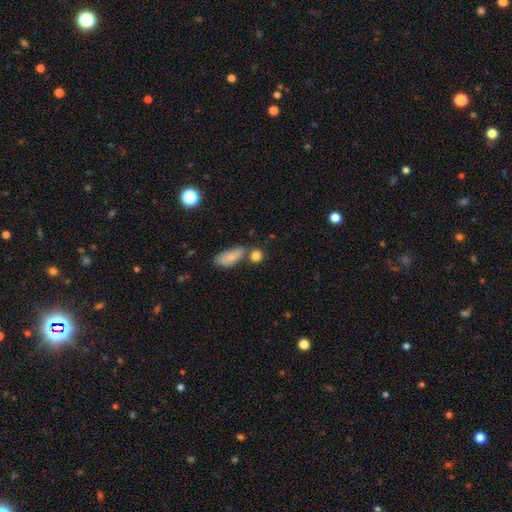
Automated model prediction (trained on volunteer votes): smooth-or-featured: smooth: 84% | star or artifact: 9% | featured or disk: 7%
  how-rounded: round: 68% | in between: 28% | cigar-shaped: 4%
  merging: none: 61% | merger: 23% | minor disturbance: 12% | major disturbance: 4%